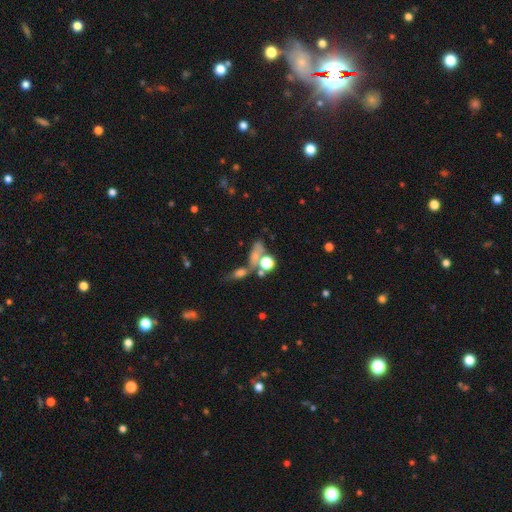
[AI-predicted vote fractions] Smooth or featured? smooth (61%)
How rounded? in between (44%)
Merging? none (37%)